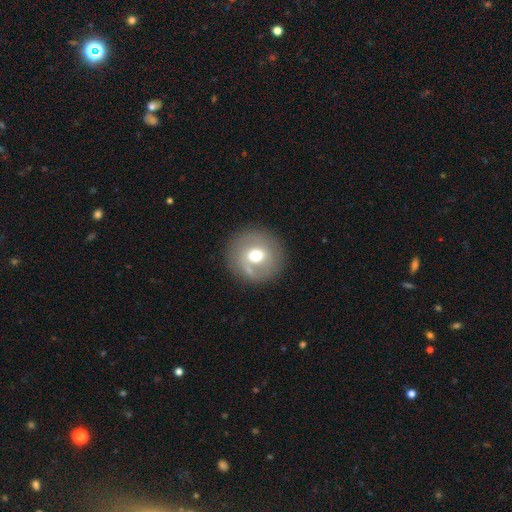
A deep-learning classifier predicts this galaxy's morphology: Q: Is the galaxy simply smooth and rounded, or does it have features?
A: smooth — 58%.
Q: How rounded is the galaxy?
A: round — 92%.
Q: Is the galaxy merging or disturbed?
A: none — 82%.